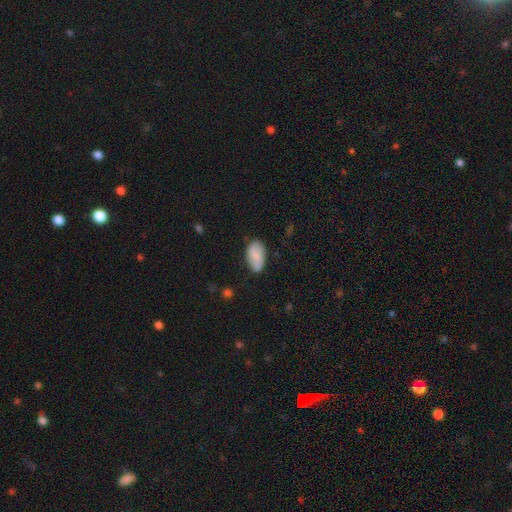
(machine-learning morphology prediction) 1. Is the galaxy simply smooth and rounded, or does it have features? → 74% smooth, 19% featured or disk, 7% star or artifact.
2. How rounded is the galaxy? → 94% in between, 4% round, 2% cigar-shaped.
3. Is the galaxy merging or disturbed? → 70% none, 23% minor disturbance, 5% major disturbance, 3% merger.